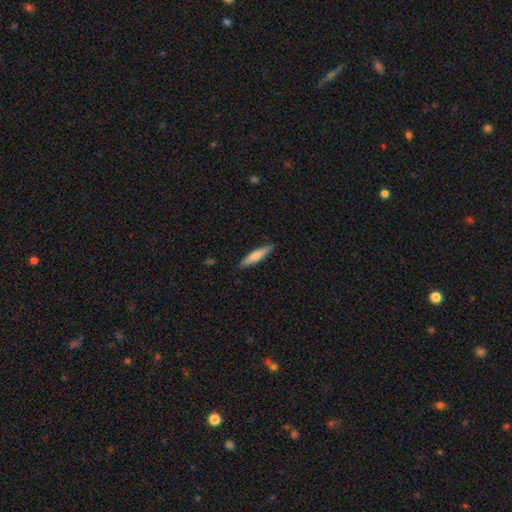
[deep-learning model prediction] The model was most divided on "smooth or featured": smooth: 71%, featured or disk: 24%, star or artifact: 5%. More confident: merging — none (89%); how rounded — cigar-shaped (87%).